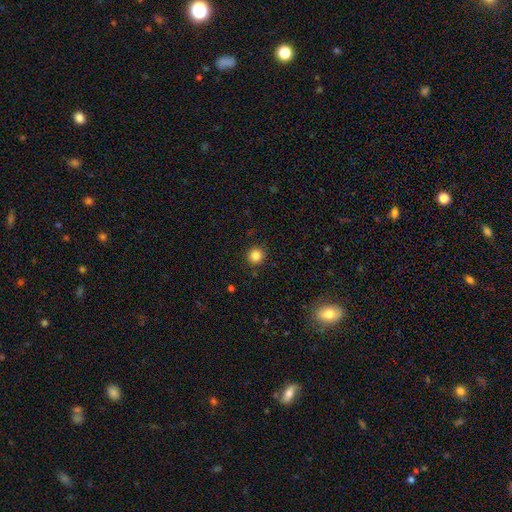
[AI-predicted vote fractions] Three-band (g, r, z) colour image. It shows a smooth galaxy with no disk features (85%) that is round (93%). Merging: none (90%).